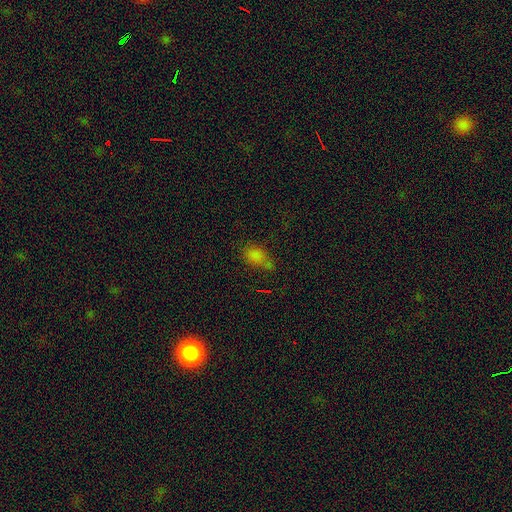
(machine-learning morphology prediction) A smooth galaxy with no disk features (71%) that is in between round and cigar-shaped (78%). Merging: none (51%).